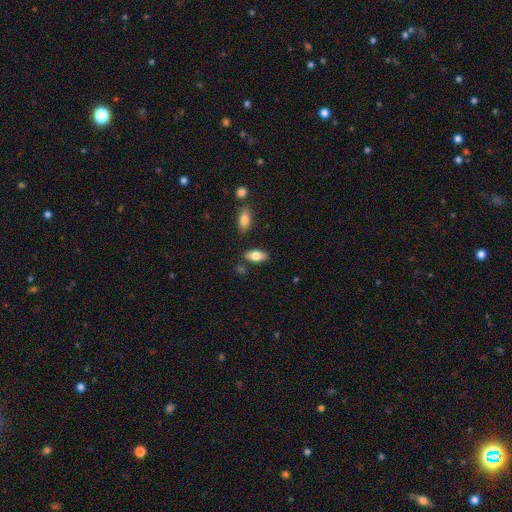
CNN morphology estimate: smooth-or-featured: smooth: 74% | featured or disk: 19% | star or artifact: 7%
  how-rounded: in between: 87% | cigar-shaped: 10% | round: 3%
  merging: none: 80% | minor disturbance: 12% | merger: 5% | major disturbance: 3%